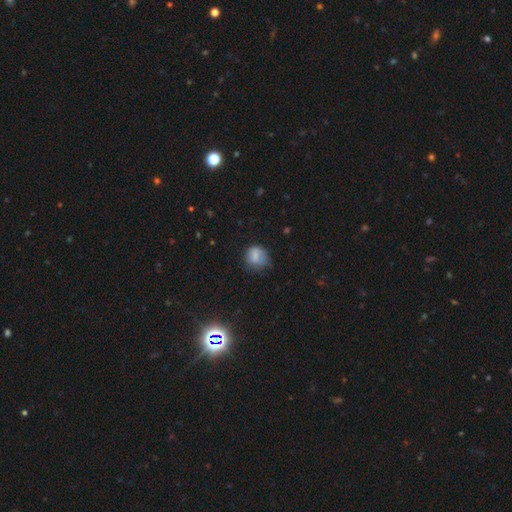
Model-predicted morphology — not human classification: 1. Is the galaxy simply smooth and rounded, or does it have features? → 73% smooth, 15% featured or disk, 11% star or artifact.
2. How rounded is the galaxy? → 76% round, 23% in between, 1% cigar-shaped.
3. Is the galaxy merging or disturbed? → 55% none, 31% minor disturbance, 12% major disturbance, 2% merger.